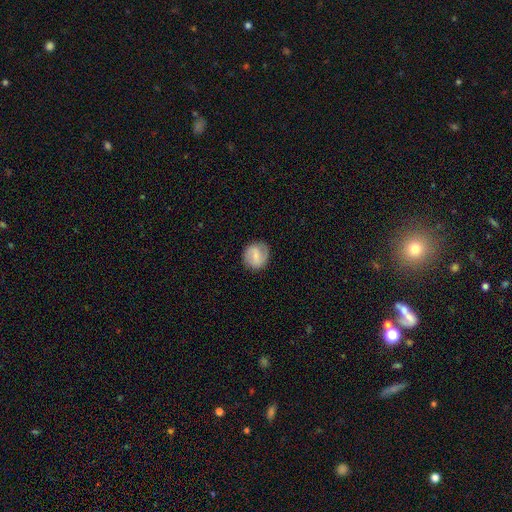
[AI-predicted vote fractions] Smooth or featured? Predicted: featured or disk (p=0.50). Merging? Predicted: none (p=0.84).